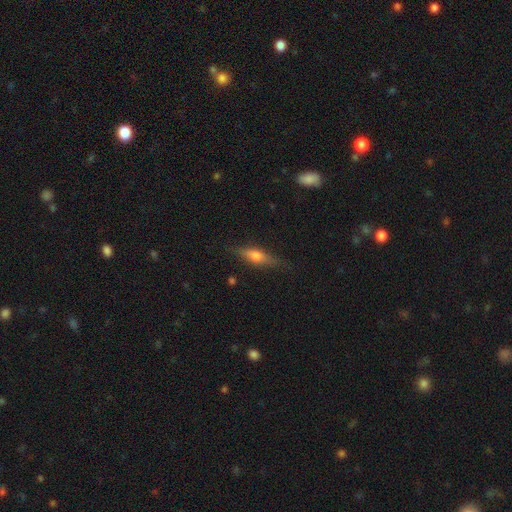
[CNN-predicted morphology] Smooth or featured: featured or disk — 50% (smooth — 42%)
Merging: none — 81% (minor disturbance — 14%)